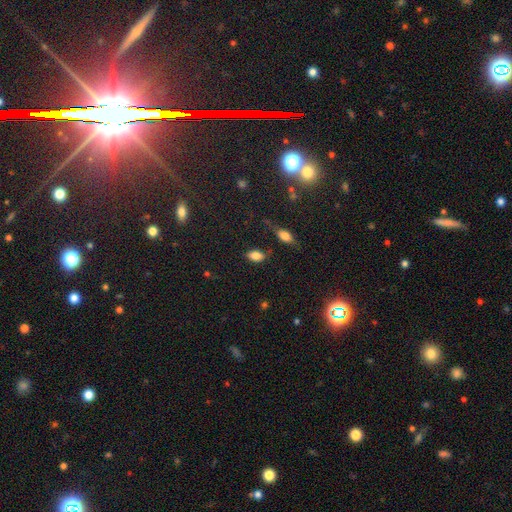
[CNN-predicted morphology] Smooth or featured?
  - smooth: 82% *
  - star or artifact: 10%
  - featured or disk: 8%
How rounded?
  - in between: 88% *
  - round: 9%
  - cigar-shaped: 3%
Merging?
  - none: 78% *
  - minor disturbance: 14%
  - major disturbance: 4%
  - merger: 4%